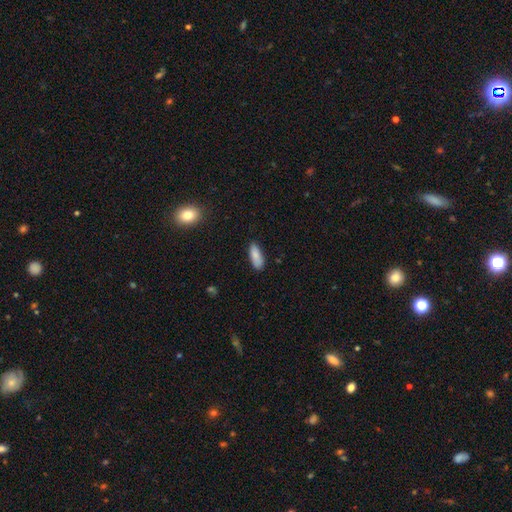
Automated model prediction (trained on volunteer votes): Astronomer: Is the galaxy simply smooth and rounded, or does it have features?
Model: smooth — 86%.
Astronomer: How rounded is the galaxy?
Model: in between — 76%.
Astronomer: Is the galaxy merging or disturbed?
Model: none — 80%.